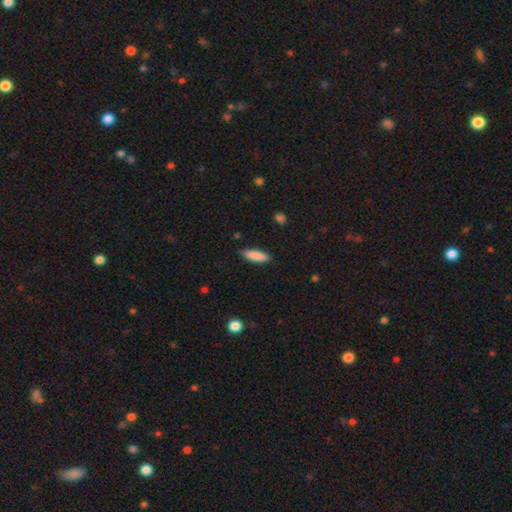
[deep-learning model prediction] A smooth galaxy with no disk features (87%) that is cigar-shaped (55%).

Vote fractions:
- Smooth or featured? smooth: 87% / featured or disk: 8% / star or artifact: 6%
- How rounded? cigar-shaped: 55% / in between: 44% / round: 2%
- Merging? none: 86% / minor disturbance: 10% / major disturbance: 2% / merger: 1%